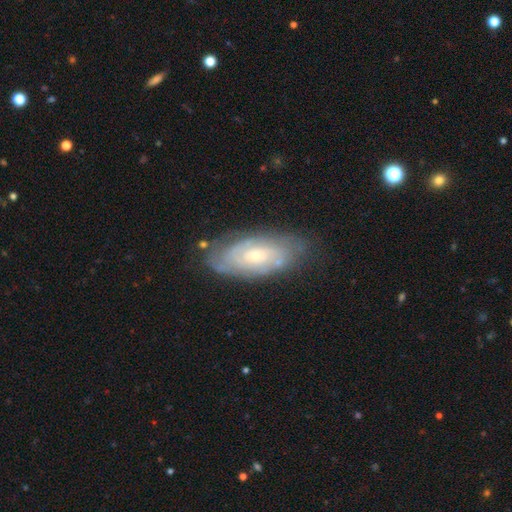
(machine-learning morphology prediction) This is likely a featured or disk galaxy (72%). It is clearly not viewed edge-on (91%). Bar: likely no (65%). Spiral arm pattern: clearly yes (87%). Spiral arm count: possibly can't tell (54%). Spiral winding: likely tight (68%). Central bulge: possibly small (59%). Merging: likely none (72%).